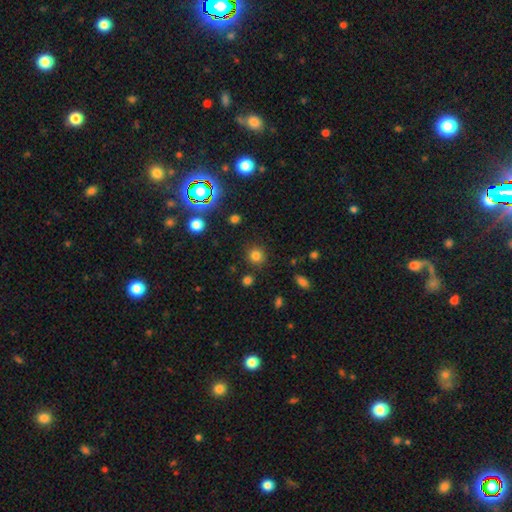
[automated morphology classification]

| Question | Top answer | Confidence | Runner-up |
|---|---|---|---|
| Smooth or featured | smooth | 79% | star or artifact (16%) |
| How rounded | round | 90% | in between (9%) |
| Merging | none | 86% | minor disturbance (8%) |